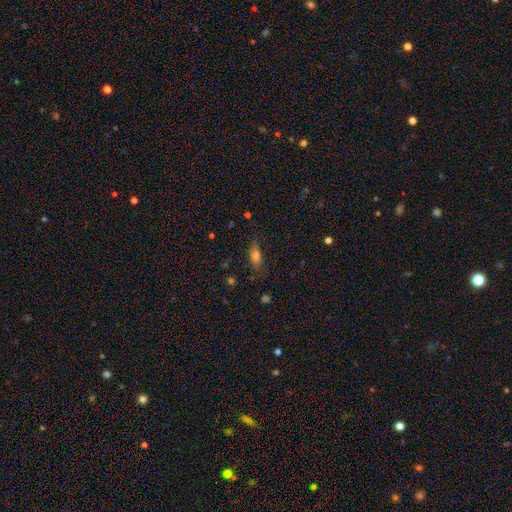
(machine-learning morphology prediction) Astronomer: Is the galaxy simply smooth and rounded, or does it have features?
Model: smooth — 73%.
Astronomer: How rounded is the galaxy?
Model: in between — 78%.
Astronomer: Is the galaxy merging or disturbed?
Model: none — 75%.